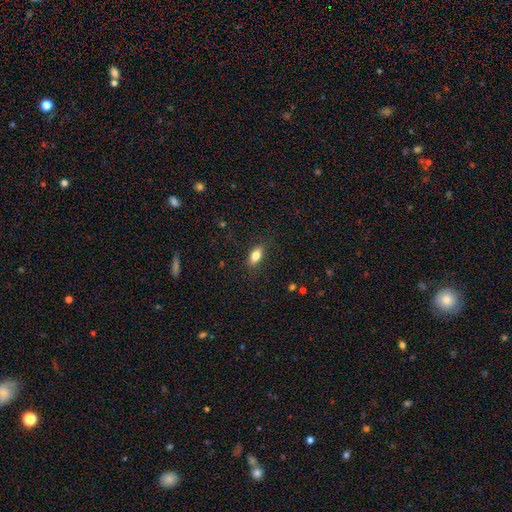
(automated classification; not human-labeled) Smooth or featured? Predicted: smooth (p=0.79). How rounded? Predicted: in between (p=0.83). Merging? Predicted: none (p=0.84).